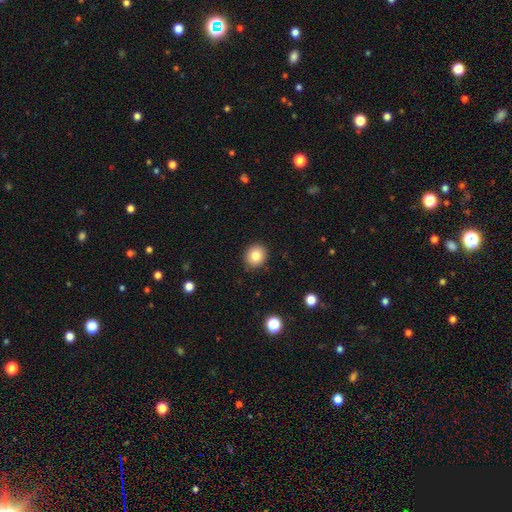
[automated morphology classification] Q: Smooth or featured?
A: smooth (82%); runner-up: star or artifact (10%)
Q: How rounded?
A: round (83%); runner-up: in between (16%)
Q: Merging?
A: none (90%); runner-up: minor disturbance (7%)